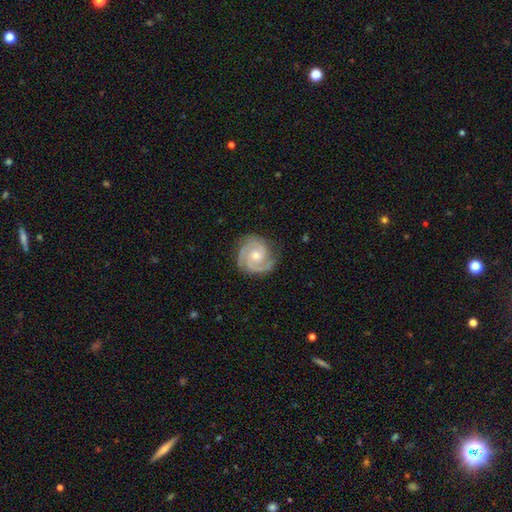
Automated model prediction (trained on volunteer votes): Overall: featured or disk (91%). Edge-on disk: no (98%). Bar: no (69%). Spiral arms: yes (98%). Spiral arm count: 2 (61%; 3 28%). Spiral winding: tight (67%; medium 30%). Bulge size: small (51%; moderate 46%). Merging: none (80%).